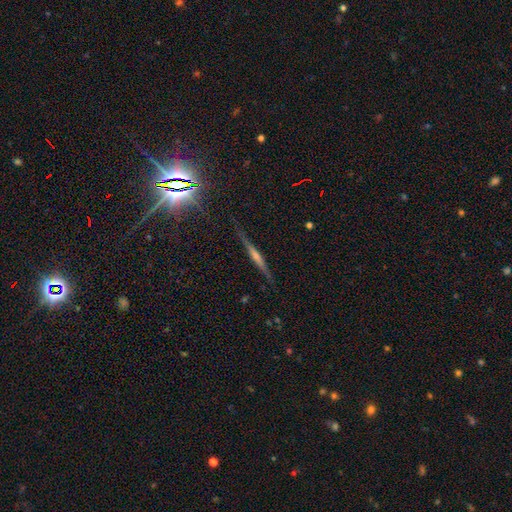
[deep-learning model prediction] A featured or disk galaxy (58%) viewed edge-on (95%) with a rounded central bulge (68%). Merging: none (85%).